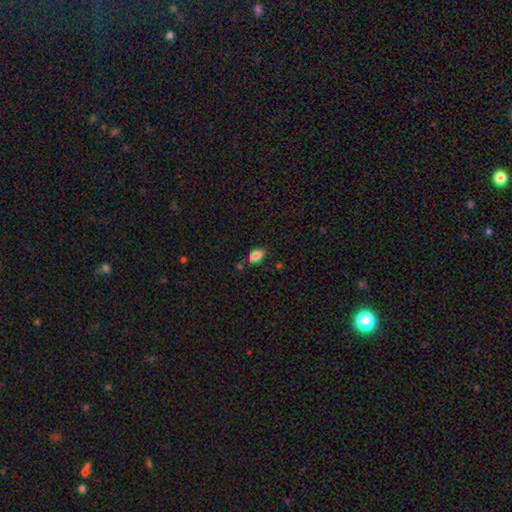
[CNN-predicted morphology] This is clearly a smooth galaxy (84%). How rounded: clearly in between (91%). Merging: likely none (74%).